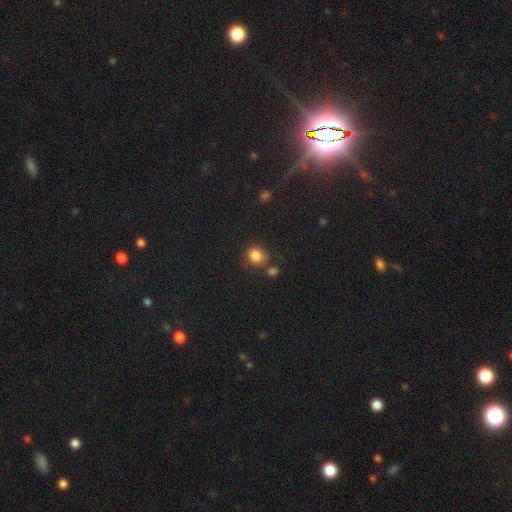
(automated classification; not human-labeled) Smooth or featured?
  - smooth: 83% *
  - star or artifact: 12%
  - featured or disk: 5%
How rounded?
  - round: 69% *
  - in between: 30%
  - cigar-shaped: 1%
Merging?
  - none: 63% *
  - merger: 18%
  - minor disturbance: 14%
  - major disturbance: 5%